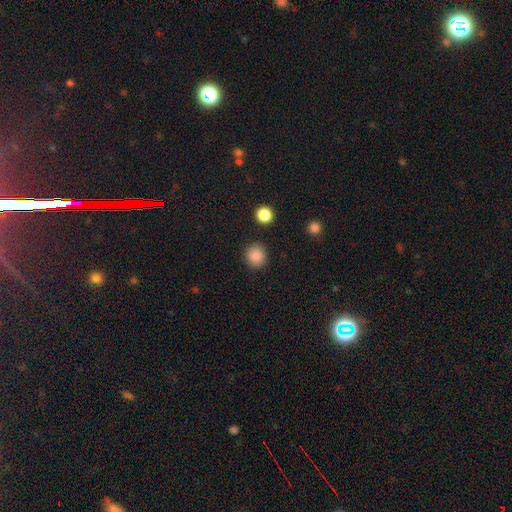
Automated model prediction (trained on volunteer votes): Smooth or featured: smooth — 87% (star or artifact — 9%)
How rounded: round — 87% (in between — 12%)
Merging: none — 89% (minor disturbance — 7%)